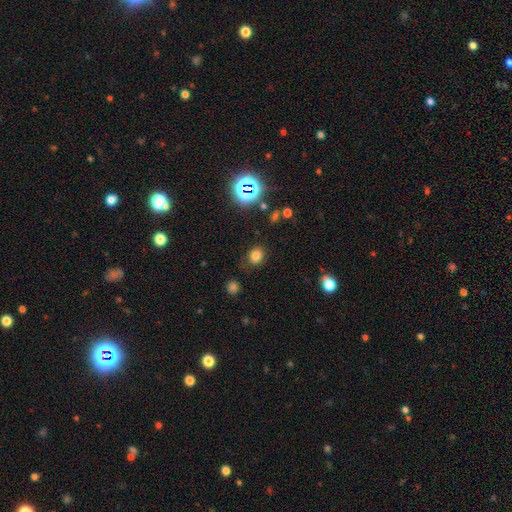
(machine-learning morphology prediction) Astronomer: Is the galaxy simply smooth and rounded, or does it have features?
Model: smooth — 74%.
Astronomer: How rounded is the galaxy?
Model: round — 63%.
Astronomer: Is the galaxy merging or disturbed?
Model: none — 75%.